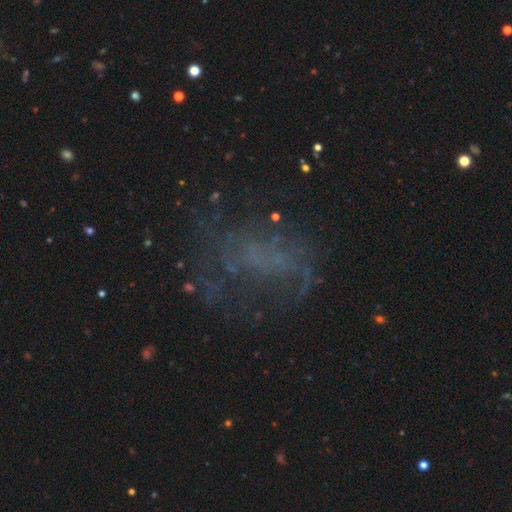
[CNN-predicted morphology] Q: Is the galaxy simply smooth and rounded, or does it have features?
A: featured or disk — 51%.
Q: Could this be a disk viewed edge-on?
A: no — 97%.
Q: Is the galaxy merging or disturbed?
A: none — 49%.